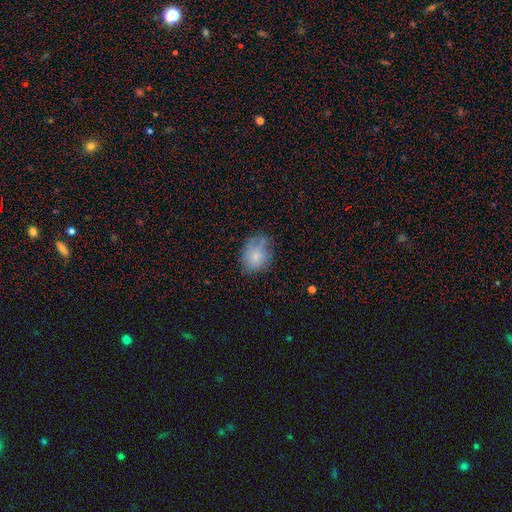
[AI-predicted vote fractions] Q: Smooth or featured?
A: smooth (74%); runner-up: featured or disk (16%)
Q: How rounded?
A: in between (61%); runner-up: round (38%)
Q: Merging?
A: none (62%); runner-up: minor disturbance (27%)